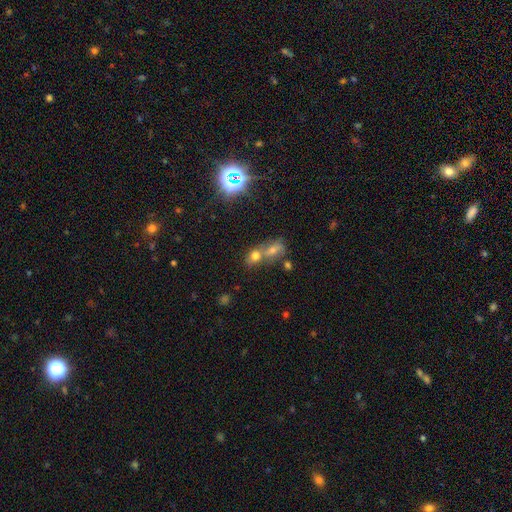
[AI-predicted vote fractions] A smooth galaxy with no disk features (63%) that is in between round and cigar-shaped (52%).

Vote fractions:
- Smooth or featured? smooth: 63% / star or artifact: 20% / featured or disk: 16%
- How rounded? in between: 52% / round: 45% / cigar-shaped: 4%
- Merging? merger: 64% / none: 26% / minor disturbance: 6% / major disturbance: 4%